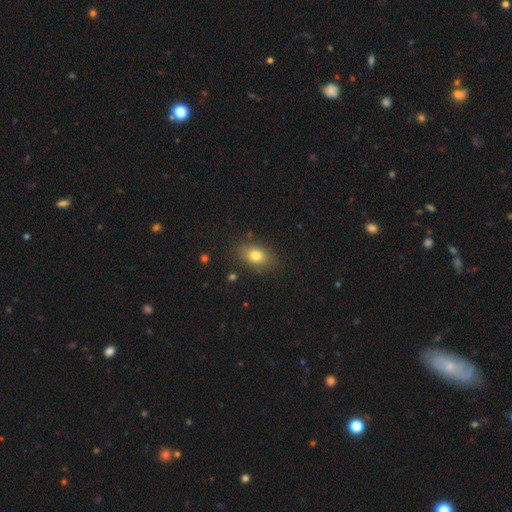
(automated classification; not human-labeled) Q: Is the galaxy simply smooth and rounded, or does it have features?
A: smooth — 78%.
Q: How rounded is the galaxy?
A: in between — 80%.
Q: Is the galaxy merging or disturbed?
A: none — 83%.